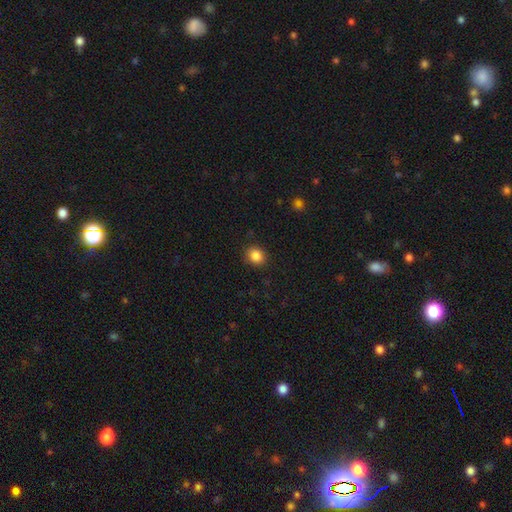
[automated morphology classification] type=smooth (86%); roundness=round (72%); merging=none (89%).